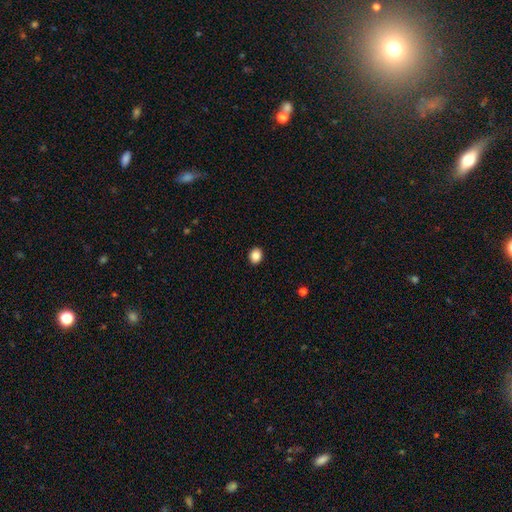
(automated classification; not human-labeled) Smooth or featured?
  - smooth: 87% *
  - star or artifact: 9%
  - featured or disk: 4%
How rounded?
  - round: 59% *
  - in between: 40%
  - cigar-shaped: 1%
Merging?
  - none: 92% *
  - minor disturbance: 6%
  - major disturbance: 2%
  - merger: 1%